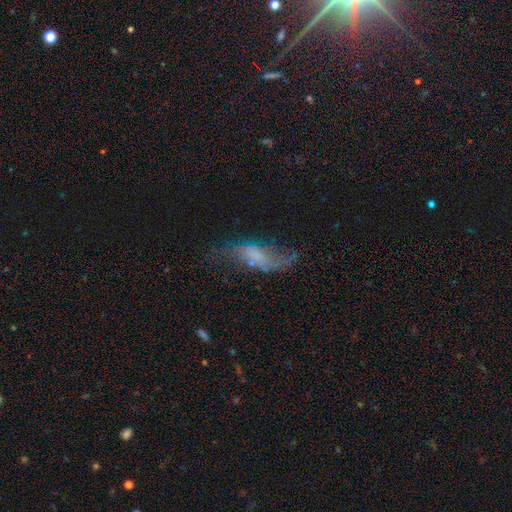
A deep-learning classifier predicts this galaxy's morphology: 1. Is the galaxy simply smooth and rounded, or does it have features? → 46% featured or disk, 41% smooth, 13% star or artifact.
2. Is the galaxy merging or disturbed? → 35% none, 33% major disturbance, 26% minor disturbance, 6% merger.